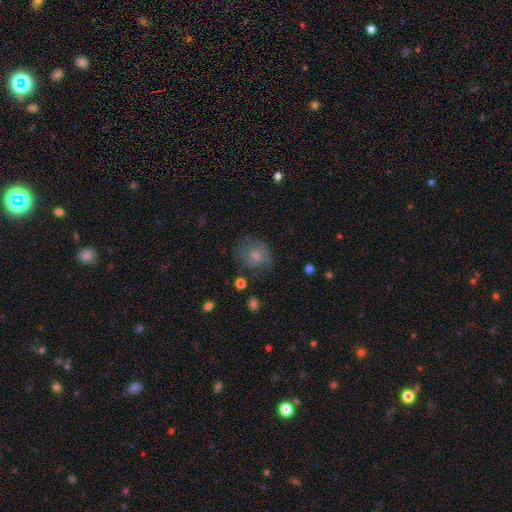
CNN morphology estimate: Smooth or featured: smooth — 70% (featured or disk — 21%)
How rounded: round — 66% (in between — 33%)
Merging: none — 56% (minor disturbance — 25%)